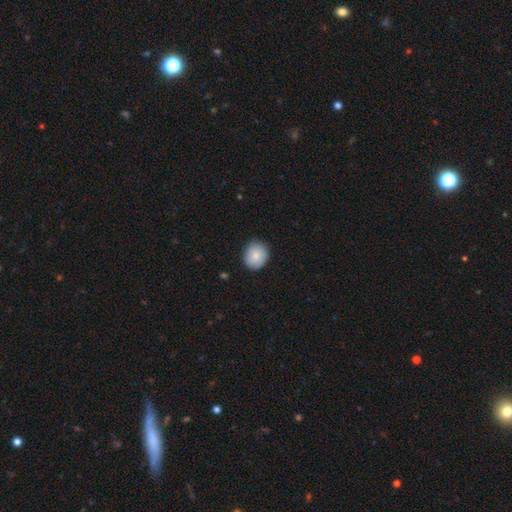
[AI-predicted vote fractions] smooth 82%, featured or disk 11%, star or artifact 7%. Down the decision tree: how rounded — round (72%); merging — none (84%).